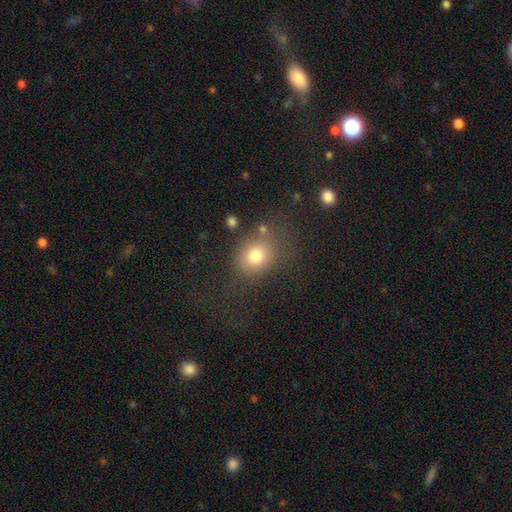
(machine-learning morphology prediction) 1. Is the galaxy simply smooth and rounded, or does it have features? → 77% smooth, 12% star or artifact, 10% featured or disk.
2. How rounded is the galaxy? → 57% round, 42% in between, 1% cigar-shaped.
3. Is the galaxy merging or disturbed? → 67% none, 17% minor disturbance, 11% major disturbance, 5% merger.